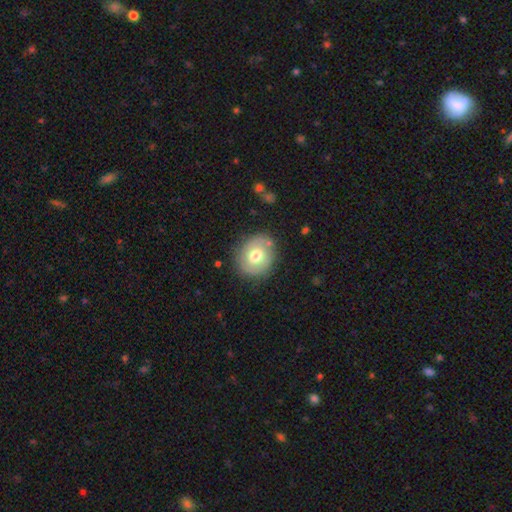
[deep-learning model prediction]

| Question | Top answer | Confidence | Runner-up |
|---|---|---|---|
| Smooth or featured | smooth | 59% | featured or disk (33%) |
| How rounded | round | 76% | in between (23%) |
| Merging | none | 79% | minor disturbance (14%) |